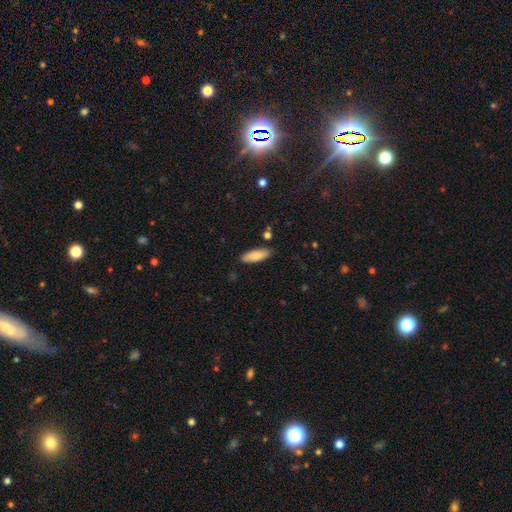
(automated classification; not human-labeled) Q: Smooth or featured?
A: smooth (85%); runner-up: featured or disk (9%)
Q: How rounded?
A: in between (65%); runner-up: cigar-shaped (34%)
Q: Merging?
A: none (87%); runner-up: minor disturbance (9%)